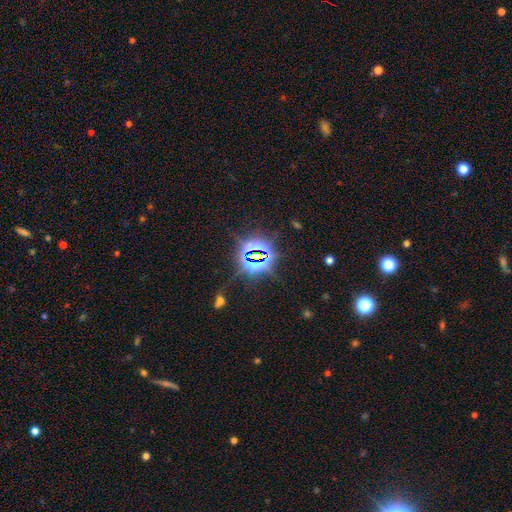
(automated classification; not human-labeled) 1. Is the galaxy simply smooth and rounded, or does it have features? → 83% star or artifact, 9% smooth, 8% featured or disk.